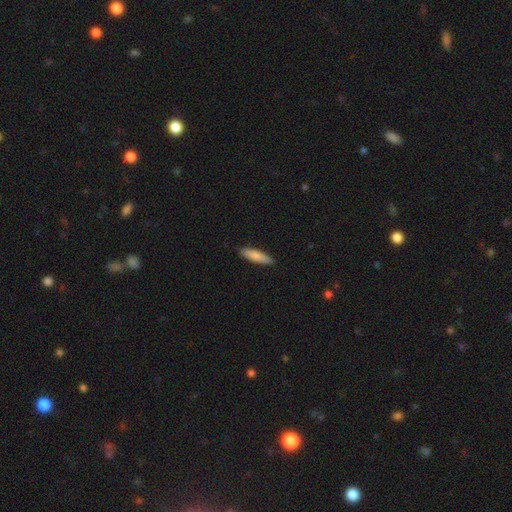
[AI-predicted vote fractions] A smooth galaxy with no disk features (83%) that is cigar-shaped (72%).

Vote fractions:
- Smooth or featured? smooth: 83% / featured or disk: 12% / star or artifact: 5%
- How rounded? cigar-shaped: 72% / in between: 26% / round: 2%
- Merging? none: 89% / minor disturbance: 8% / major disturbance: 1% / merger: 1%